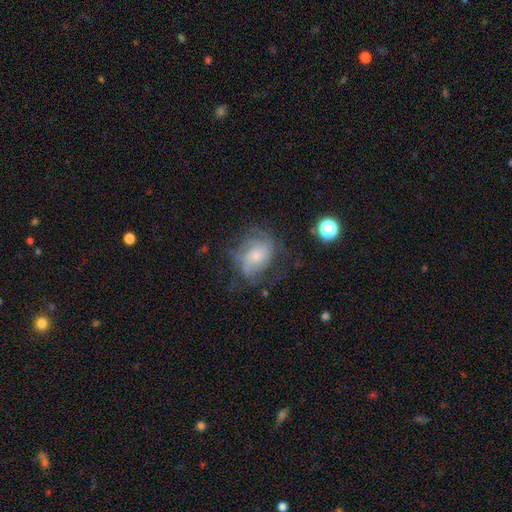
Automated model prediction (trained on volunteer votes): Q: Smooth or featured?
A: featured or disk (63%); runner-up: smooth (27%)
Q: Edge-on disk?
A: no (97%); runner-up: yes (3%)
Q: Bar?
A: no (68%); runner-up: weak (28%)
Q: Spiral arms?
A: yes (80%); runner-up: no (20%)
Q: Bulge size?
A: small (54%); runner-up: moderate (34%)
Q: Merging?
A: none (50%); runner-up: major disturbance (24%)